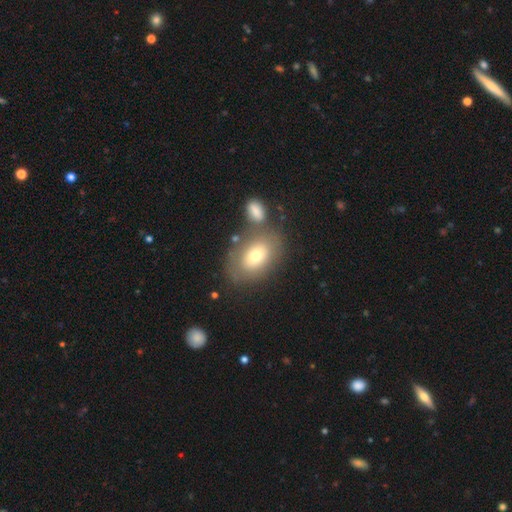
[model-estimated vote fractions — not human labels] Morphology: type=smooth (67%); roundness=in between (85%); merging=none (59%).